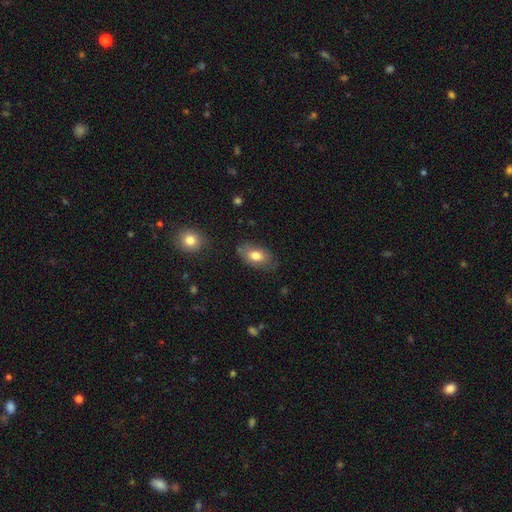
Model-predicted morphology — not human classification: The model was most divided on "merging": none: 73%, minor disturbance: 21%, major disturbance: 5%, merger: 2%. More confident: how rounded — in between (90%); smooth or featured — smooth (75%).